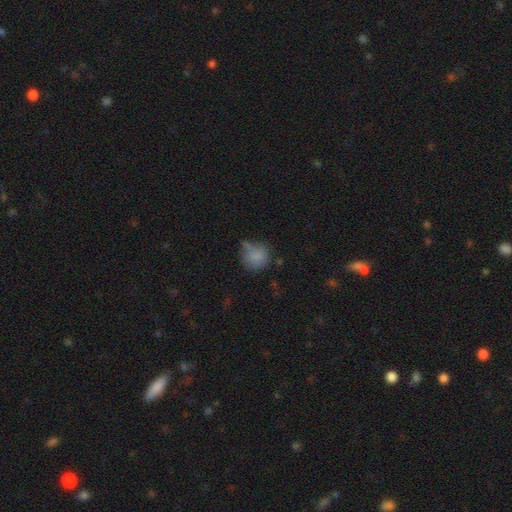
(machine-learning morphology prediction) smooth-or-featured: smooth: 79% | star or artifact: 11% | featured or disk: 10%
  how-rounded: round: 80% | in between: 19% | cigar-shaped: 1%
  merging: none: 48% | minor disturbance: 30% | major disturbance: 14% | merger: 8%